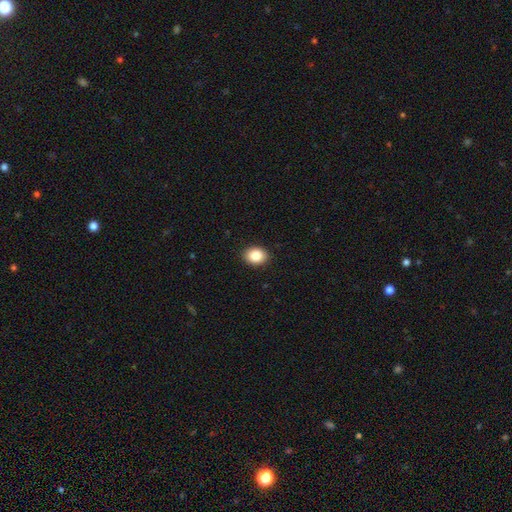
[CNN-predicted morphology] smooth 86%, star or artifact 8%, featured or disk 6%. Down the decision tree: how rounded — in between (56%); merging — none (91%).